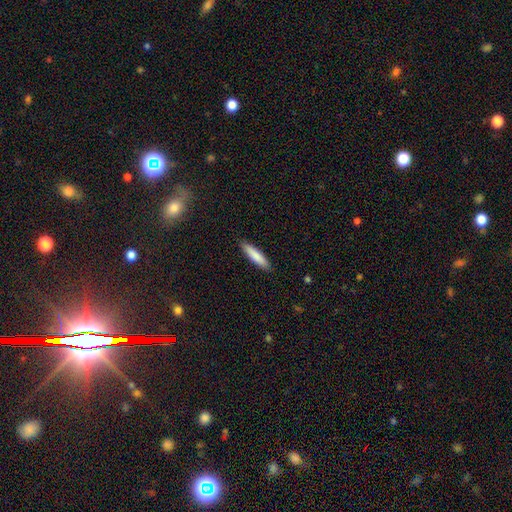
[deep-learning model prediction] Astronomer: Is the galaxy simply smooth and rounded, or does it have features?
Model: smooth — 83%.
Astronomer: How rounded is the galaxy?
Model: cigar-shaped — 81%.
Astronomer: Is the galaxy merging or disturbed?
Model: none — 90%.